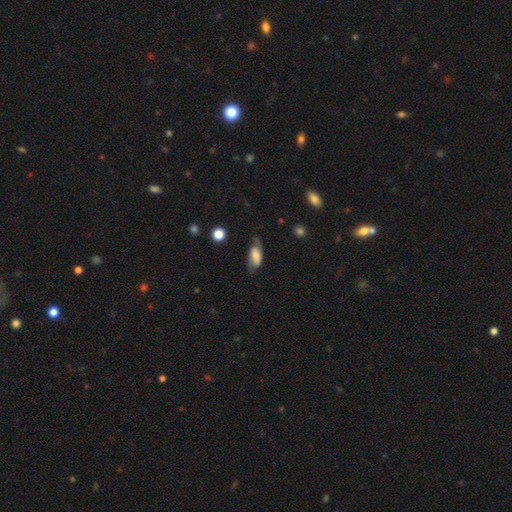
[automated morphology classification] This is possibly a smooth galaxy (58%). How rounded: clearly in between (84%). Merging: possibly none (53%).